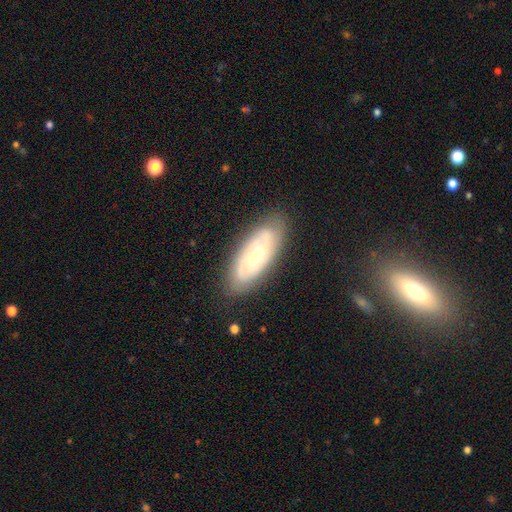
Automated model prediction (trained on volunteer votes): Smooth or featured? Predicted: featured or disk (p=0.71). Edge-on disk? Predicted: no (p=0.90). Bar? Predicted: no (p=0.61). Spiral arms? Predicted: yes (p=0.88). Spiral winding? Predicted: tight (p=0.66). Spiral arm count? Predicted: can't tell (p=0.43). Bulge size? Predicted: small (p=0.58). Merging? Predicted: none (p=0.82).